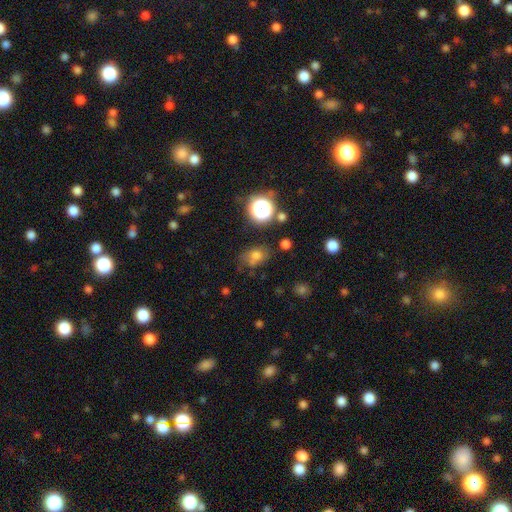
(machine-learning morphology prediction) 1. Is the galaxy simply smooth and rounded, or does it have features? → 67% smooth, 20% star or artifact, 13% featured or disk.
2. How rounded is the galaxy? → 62% in between, 36% round, 2% cigar-shaped.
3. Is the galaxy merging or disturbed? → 61% none, 21% minor disturbance, 9% merger, 9% major disturbance.